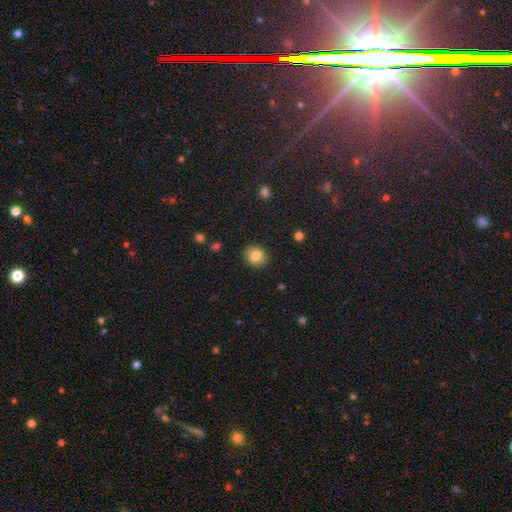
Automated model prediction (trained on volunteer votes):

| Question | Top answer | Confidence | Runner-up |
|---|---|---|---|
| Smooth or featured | smooth | 82% | star or artifact (10%) |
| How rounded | round | 76% | in between (23%) |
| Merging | none | 90% | minor disturbance (7%) |